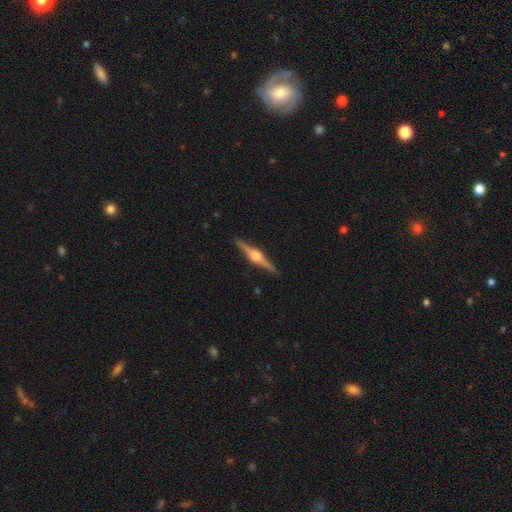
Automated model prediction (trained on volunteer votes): Overall: featured or disk (86%). Edge-on disk: yes (98%). Edge-on bulge: rounded (95%). Merging: none (92%).